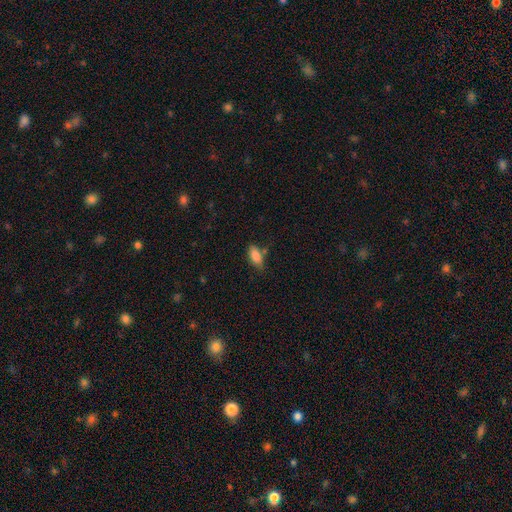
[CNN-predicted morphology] smooth_or_featured: smooth (p=0.85) [alt: star or artifact p=0.08]
how_rounded: in between (p=0.86) [alt: cigar-shaped p=0.11]
merging: none (p=0.67) [alt: minor disturbance p=0.21]